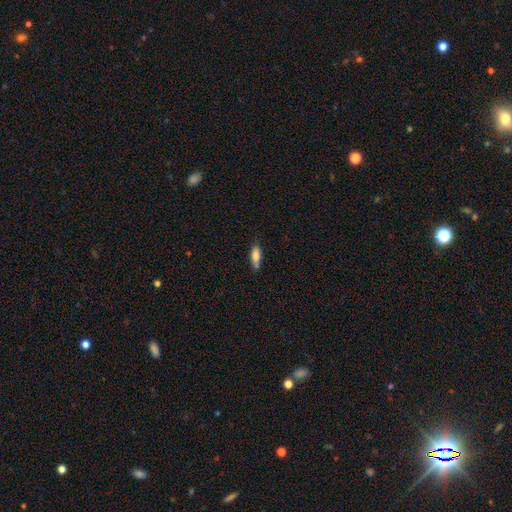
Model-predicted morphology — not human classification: This appears to be a smooth galaxy with no disk features (79%) that is in between round and cigar-shaped (59%). Merging: none (68%).